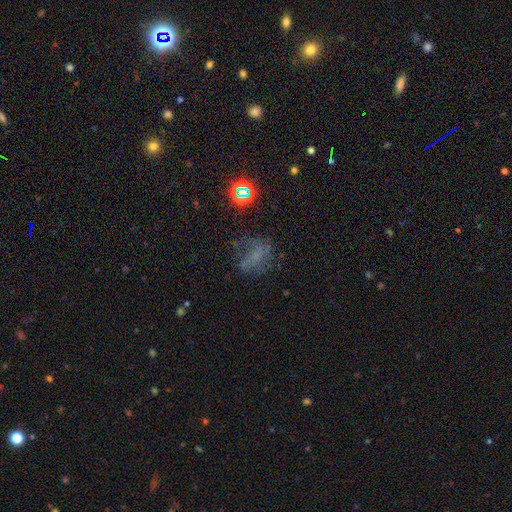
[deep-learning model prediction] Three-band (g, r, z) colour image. It shows a featured or disk galaxy (40%). Merging: none (50%).